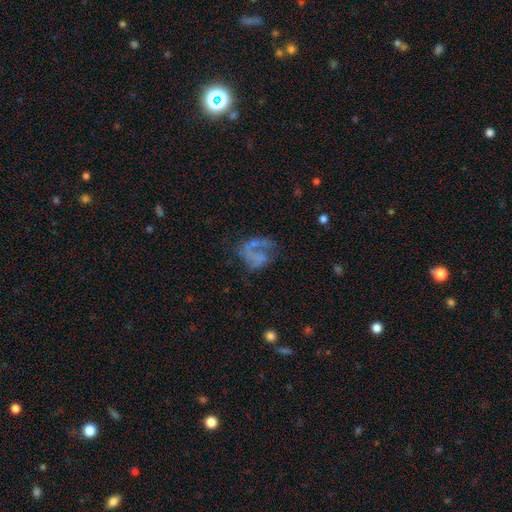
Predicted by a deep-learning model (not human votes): A featured or disk galaxy (55%) with no bar (83%), no spiral arms (62%) and no central bulge (78%).

Vote fractions:
- Smooth or featured? featured or disk: 55% / smooth: 30% / star or artifact: 15%
- Edge-on disk? no: 98% / yes: 2%
- Bar? no: 83% / weak: 13% / strong: 4%
- Spiral arms? no: 62% / yes: 38%
- Bulge size? none: 78% / small: 11% / moderate: 7% / large: 3% / dominant: 1%
- Merging? major disturbance: 39% / none: 31% / minor disturbance: 17% / merger: 12%